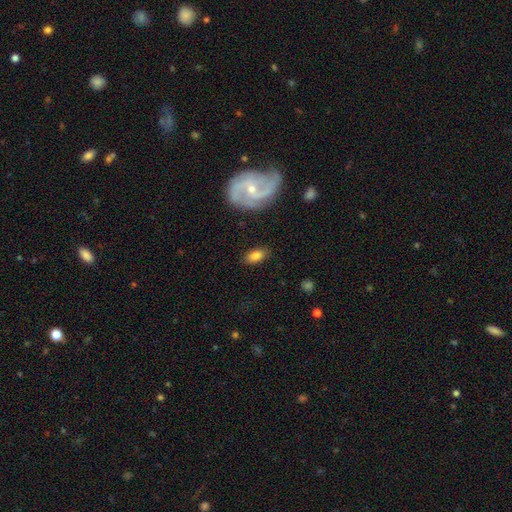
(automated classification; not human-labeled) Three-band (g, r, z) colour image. It shows a smooth galaxy with no disk features (75%) that is in between round and cigar-shaped (90%). Merging: none (82%).